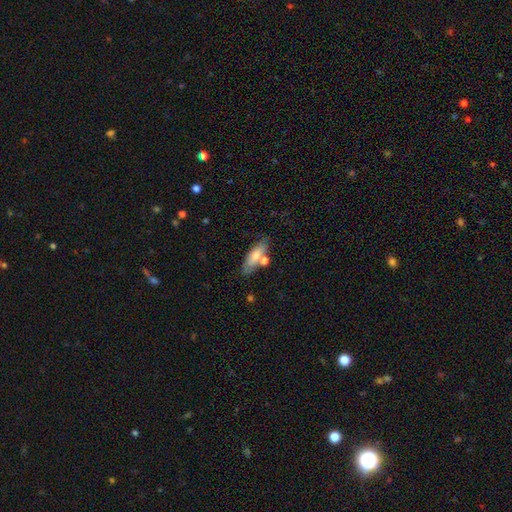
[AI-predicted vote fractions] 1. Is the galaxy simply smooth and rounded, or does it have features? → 70% smooth, 24% featured or disk, 7% star or artifact.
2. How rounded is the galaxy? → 63% in between, 34% cigar-shaped, 3% round.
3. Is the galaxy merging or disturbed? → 62% none, 18% merger, 16% minor disturbance, 4% major disturbance.